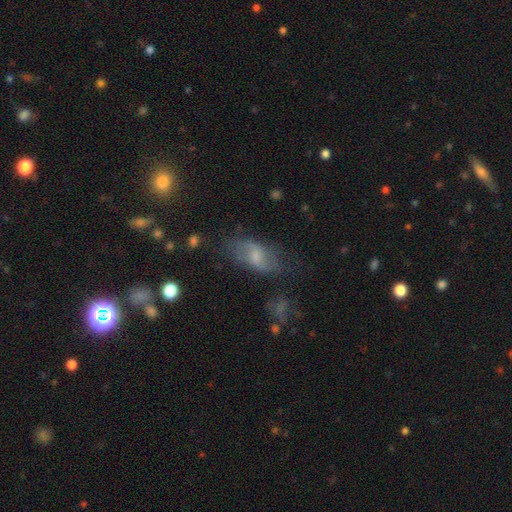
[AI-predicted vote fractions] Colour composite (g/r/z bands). It shows a smooth galaxy with no disk features (49%). Merging: none (63%).